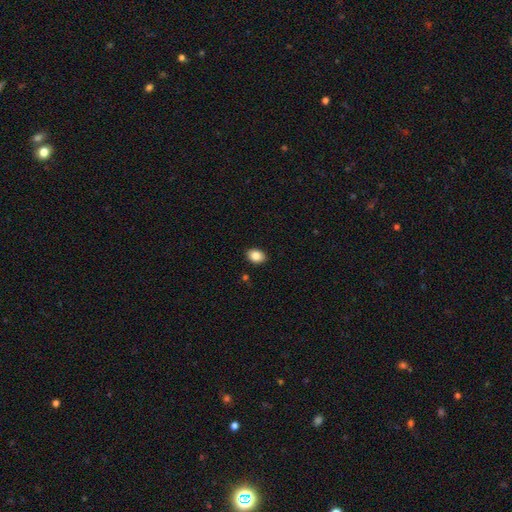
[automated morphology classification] The model was most divided on "how rounded": in between: 78%, round: 21%, cigar-shaped: 1%. More confident: merging — none (89%); smooth or featured — smooth (87%).